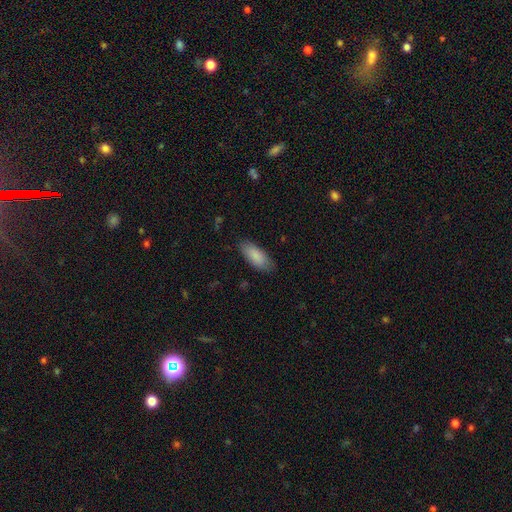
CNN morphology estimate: The model was most divided on "merging": none: 82%, minor disturbance: 14%, major disturbance: 3%, merger: 1%. More confident: smooth or featured — smooth (88%); how rounded — in between (84%).